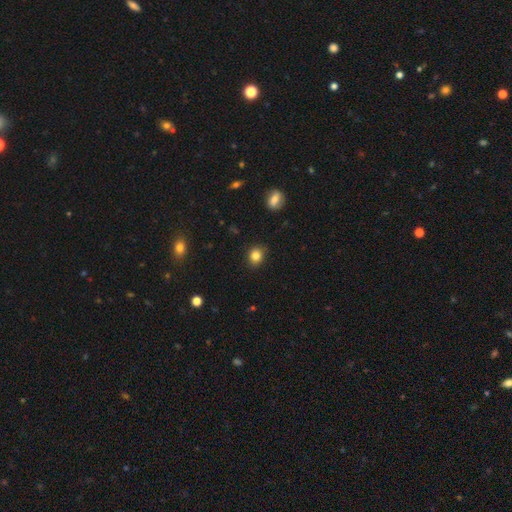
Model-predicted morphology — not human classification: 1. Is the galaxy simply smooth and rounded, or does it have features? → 84% smooth, 11% star or artifact, 5% featured or disk.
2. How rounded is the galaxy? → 75% round, 24% in between, 1% cigar-shaped.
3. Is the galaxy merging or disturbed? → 85% none, 12% minor disturbance, 2% major disturbance, 1% merger.